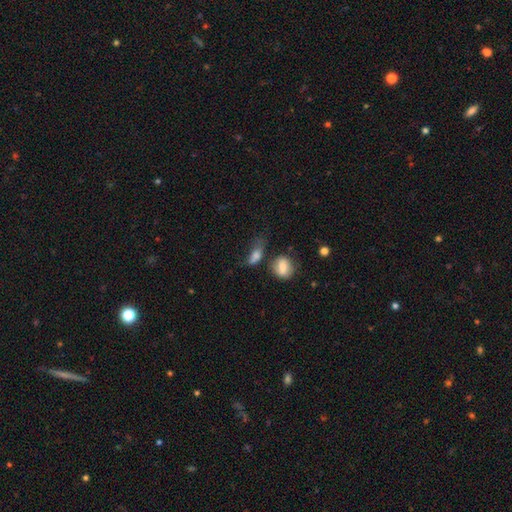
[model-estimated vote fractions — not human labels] Morphology: type=smooth (76%); roundness=in between (68%); merging=none (38%).